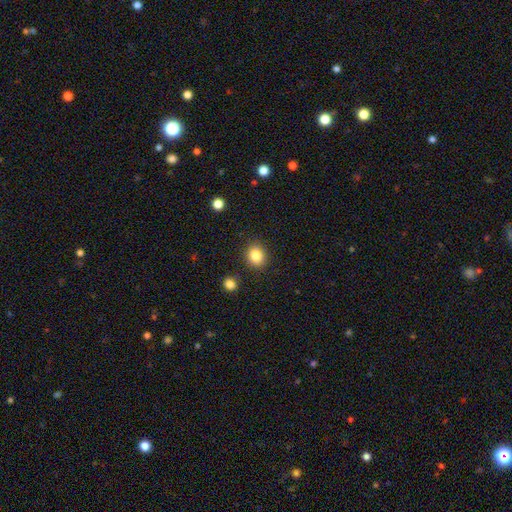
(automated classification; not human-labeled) smooth-or-featured: smooth: 84% | star or artifact: 10% | featured or disk: 5%
  how-rounded: round: 77% | in between: 22% | cigar-shaped: 1%
  merging: none: 89% | minor disturbance: 7% | merger: 2% | major disturbance: 2%